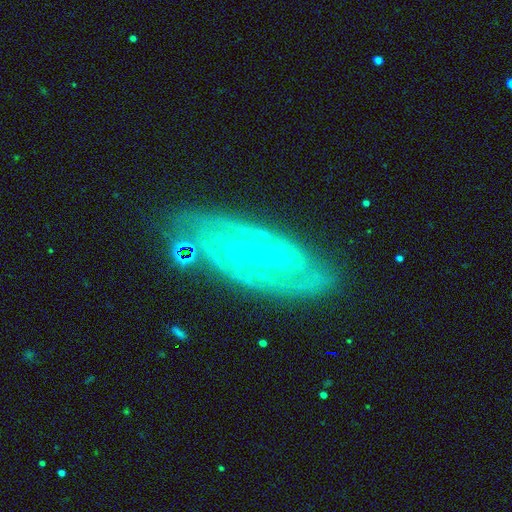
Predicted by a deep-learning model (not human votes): The model was most divided on "bar": weak: 39%, strong: 34%, no: 27%. Remaining: spiral arms — yes (95%); edge-on disk — no (92%); smooth or featured — featured or disk (87%); bulge size — small (81%); merging — none (75%); spiral winding — tight (63%); spiral arm count — 2 (45%).